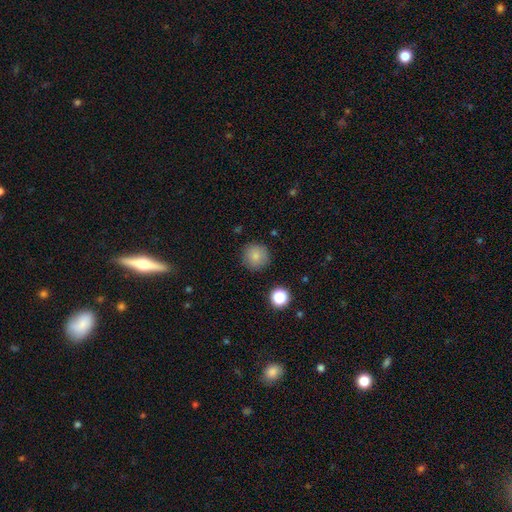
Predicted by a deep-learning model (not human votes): Smooth or featured: smooth — 83% (star or artifact — 10%)
How rounded: round — 95% (in between — 4%)
Merging: none — 88% (minor disturbance — 8%)